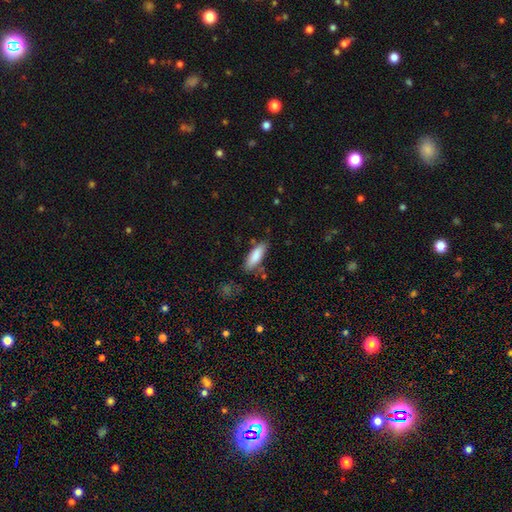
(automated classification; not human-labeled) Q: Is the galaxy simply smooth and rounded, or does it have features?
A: smooth — 85%.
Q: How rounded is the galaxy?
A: in between — 57%.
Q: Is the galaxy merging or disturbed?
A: none — 78%.